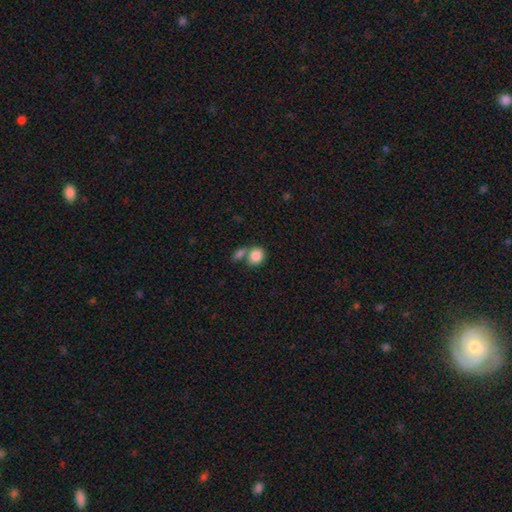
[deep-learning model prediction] smooth_or_featured: smooth (p=0.86) [alt: star or artifact p=0.08]
how_rounded: round (p=0.58) [alt: in between p=0.41]
merging: none (p=0.46) [alt: merger p=0.39]